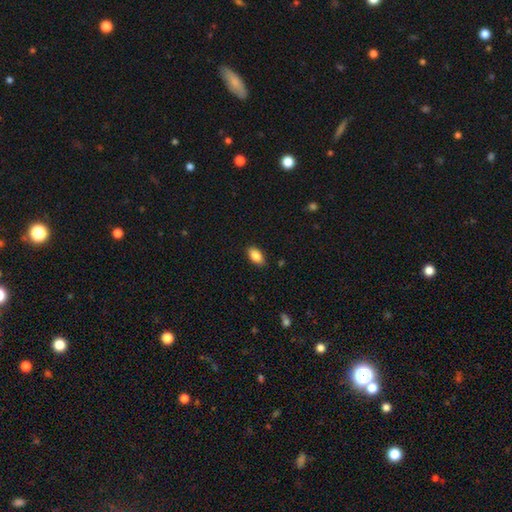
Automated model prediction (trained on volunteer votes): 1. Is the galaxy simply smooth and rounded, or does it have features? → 85% smooth, 8% star or artifact, 7% featured or disk.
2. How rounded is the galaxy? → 92% in between, 5% round, 3% cigar-shaped.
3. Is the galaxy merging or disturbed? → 87% none, 9% minor disturbance, 2% major disturbance, 1% merger.